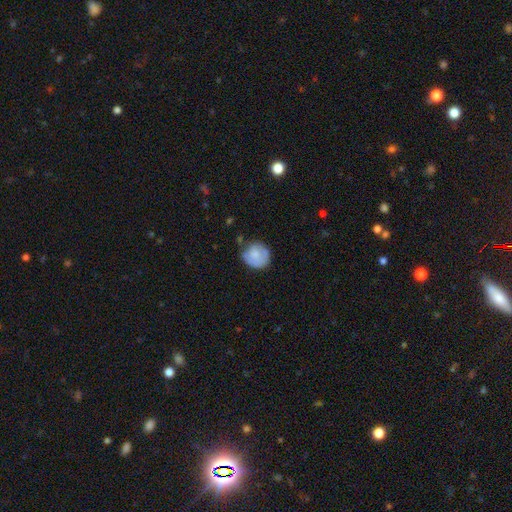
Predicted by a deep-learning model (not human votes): The model was most divided on "merging": none: 65%, minor disturbance: 24%, major disturbance: 8%, merger: 3%. More confident: how rounded — round (88%); smooth or featured — smooth (69%).